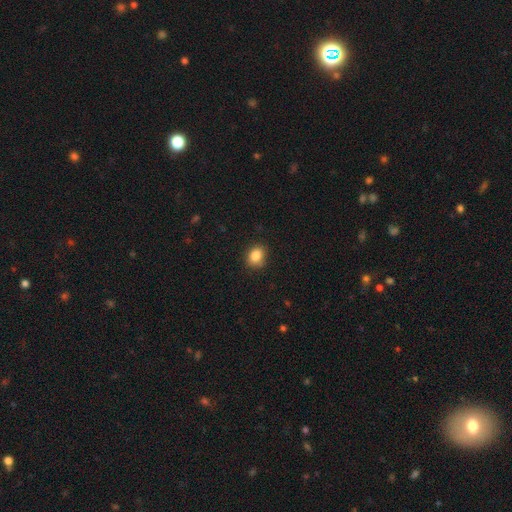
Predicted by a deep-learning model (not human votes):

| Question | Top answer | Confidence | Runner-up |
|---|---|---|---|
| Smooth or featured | smooth | 86% | star or artifact (10%) |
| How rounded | in between | 52% | round (47%) |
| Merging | none | 80% | minor disturbance (16%) |